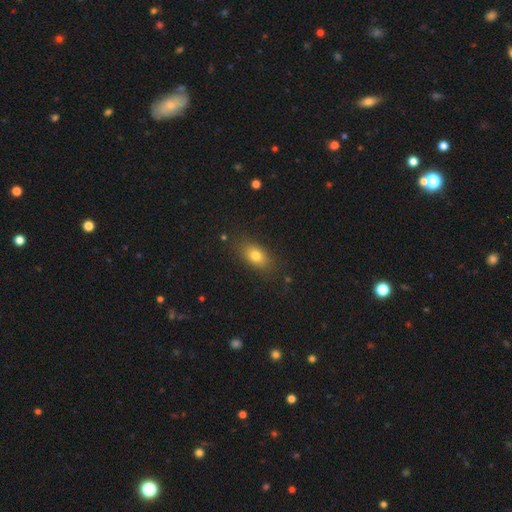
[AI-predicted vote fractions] smooth_or_featured: smooth (p=0.77) [alt: featured or disk p=0.12]
how_rounded: in between (p=0.79) [alt: round p=0.16]
merging: none (p=0.82) [alt: minor disturbance p=0.12]